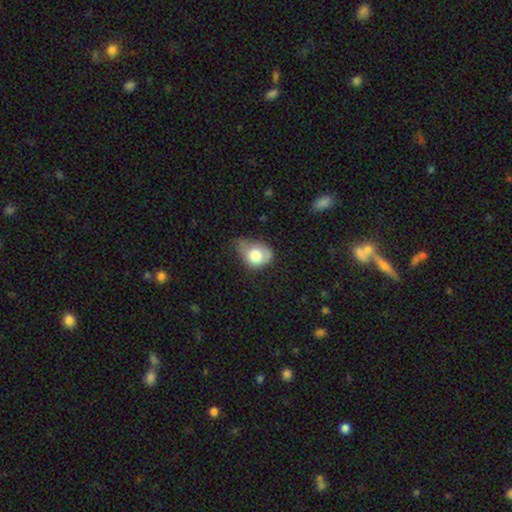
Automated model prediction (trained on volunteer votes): Smooth or featured? smooth (76%)
How rounded? in between (57%)
Merging? minor disturbance (46%)